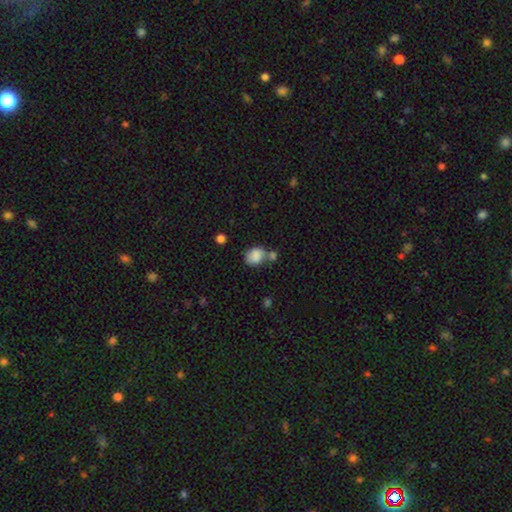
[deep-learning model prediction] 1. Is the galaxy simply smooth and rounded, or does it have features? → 83% smooth, 9% star or artifact, 8% featured or disk.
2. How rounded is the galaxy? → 52% in between, 47% round, 1% cigar-shaped.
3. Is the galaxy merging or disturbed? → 41% none, 35% merger, 18% minor disturbance, 7% major disturbance.